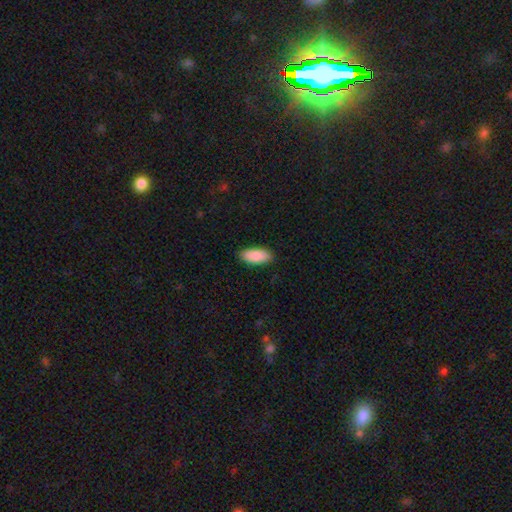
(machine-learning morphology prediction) Smooth or featured? Predicted: smooth (p=0.91). How rounded? Predicted: in between (p=0.86). Merging? Predicted: none (p=0.89).